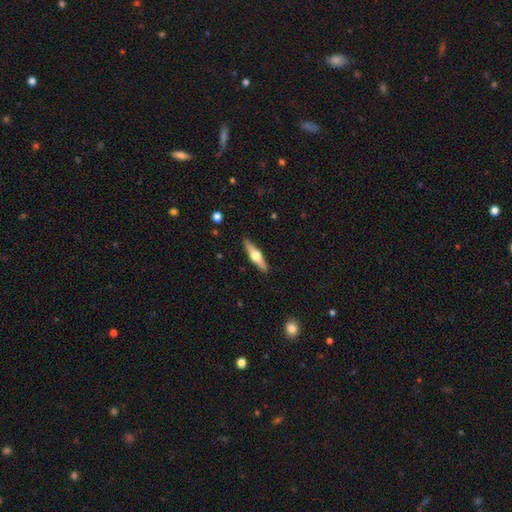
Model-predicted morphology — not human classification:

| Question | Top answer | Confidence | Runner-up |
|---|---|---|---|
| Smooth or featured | featured or disk | 66% | smooth (29%) |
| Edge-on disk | yes | 97% | no (3%) |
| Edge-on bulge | rounded | 96% | boxy (3%) |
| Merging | none | 91% | minor disturbance (7%) |